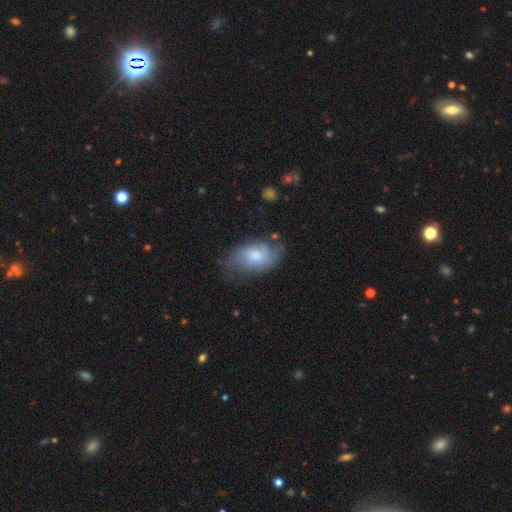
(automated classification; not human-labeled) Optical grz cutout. It shows a smooth galaxy with no disk features (56%) that is in between round and cigar-shaped (90%). Merging: none (53%).